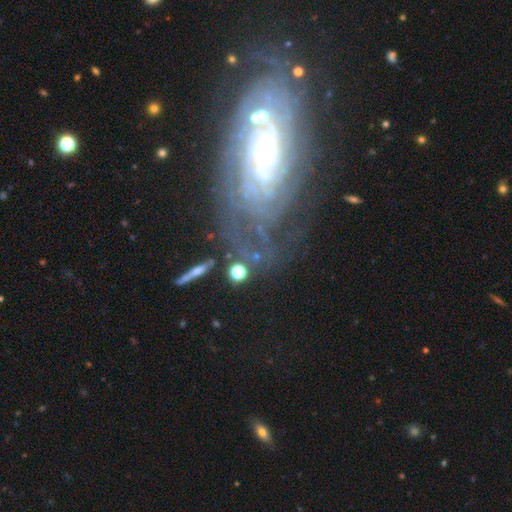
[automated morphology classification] Overall: featured or disk (82%). Edge-on disk: no (94%). Bar: no (68%). Spiral arms: yes (95%). Spiral arm count: can't tell (37%; more than 4 15%). Spiral winding: tight (78%). Bulge size: small (75%). Merging: none (65%).